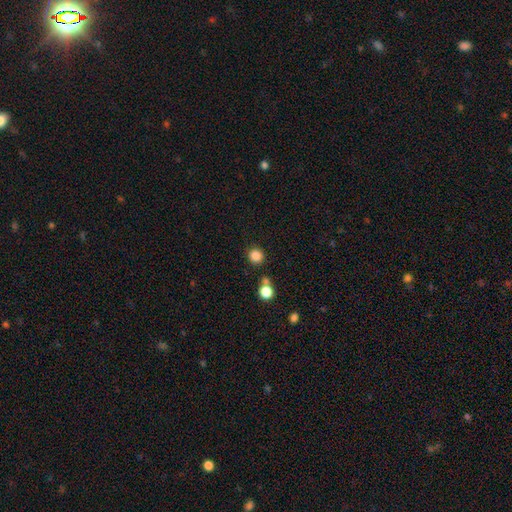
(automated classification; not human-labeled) This is clearly a smooth galaxy (84%). How rounded: clearly round (90%). Merging: clearly none (83%).